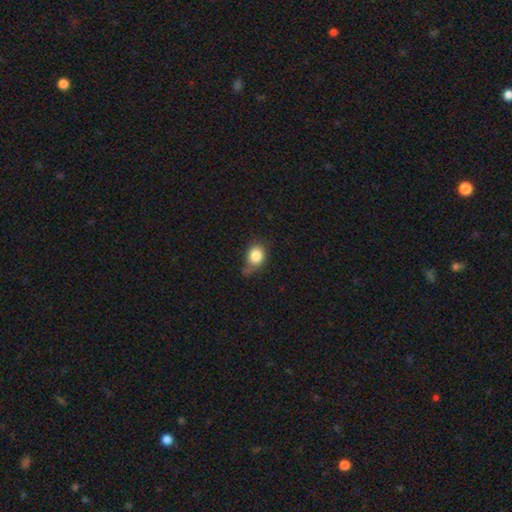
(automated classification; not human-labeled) This appears to be a smooth galaxy with no disk features (84%) that is round (57%). Merging: none (51%).